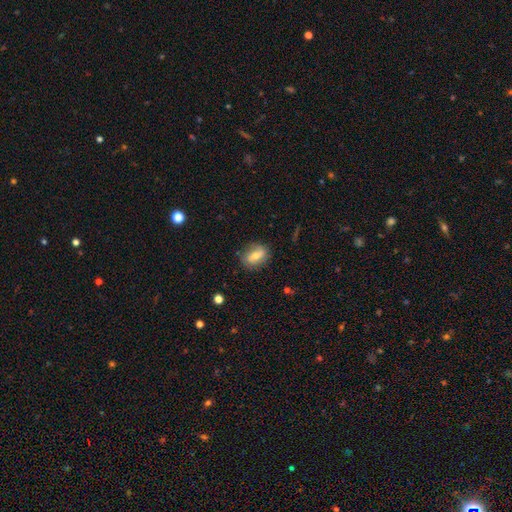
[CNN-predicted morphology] smooth 48%, featured or disk 43%, star or artifact 9%. Down the decision tree: merging — none (77%).